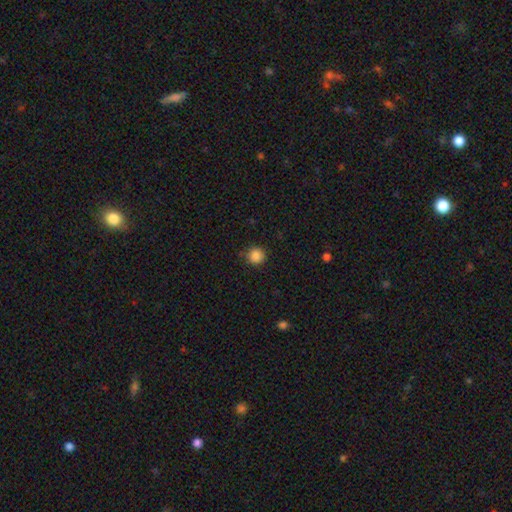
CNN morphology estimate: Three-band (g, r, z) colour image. It shows a smooth galaxy with no disk features (86%) that is round (94%). Merging: none (87%).